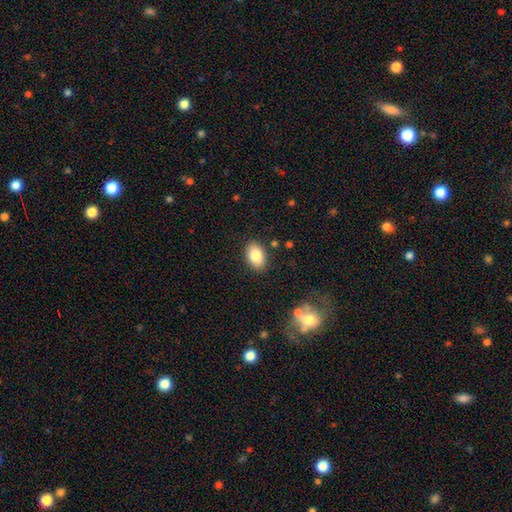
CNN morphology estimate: A smooth galaxy with no disk features (84%) that is in between round and cigar-shaped (89%). Merging: none (87%).